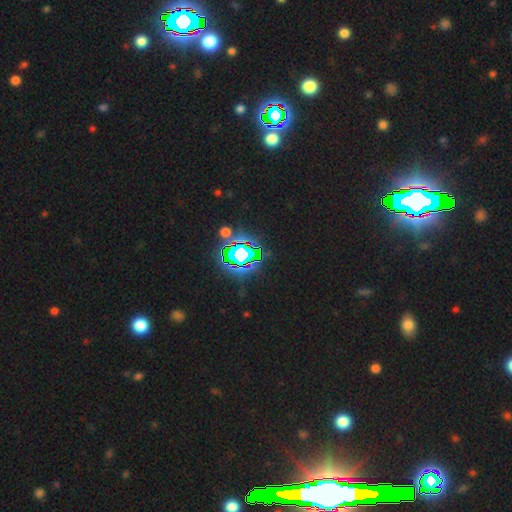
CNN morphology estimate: smooth-or-featured: star or artifact: 84% | smooth: 9% | featured or disk: 7%